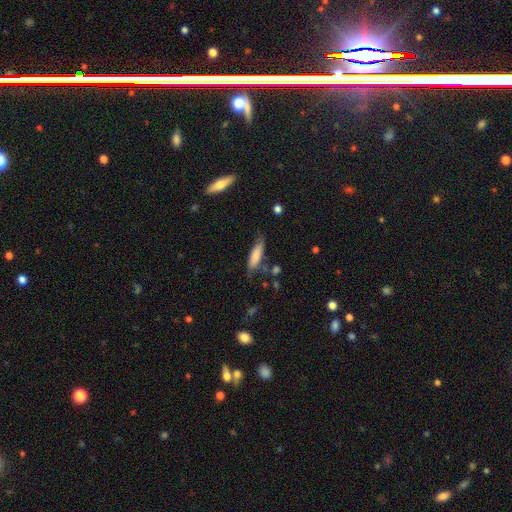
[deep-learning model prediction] A smooth galaxy with no disk features (76%) that is cigar-shaped (61%). Merging: none (63%).